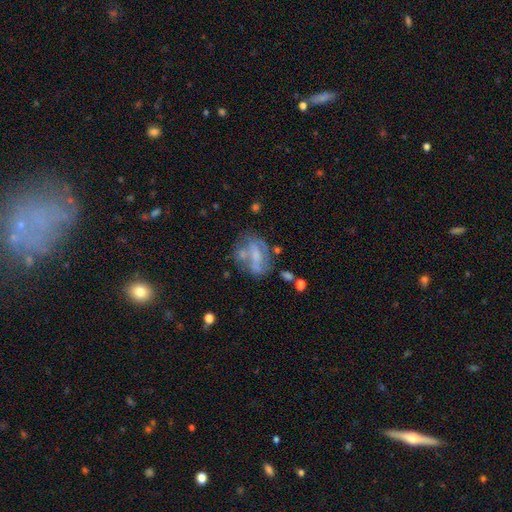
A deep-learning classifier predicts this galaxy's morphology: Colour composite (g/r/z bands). It shows a featured or disk galaxy (57%) with no bar (50%), no spiral arms (60%) and a small central bulge (38%). Merging: none (43%).